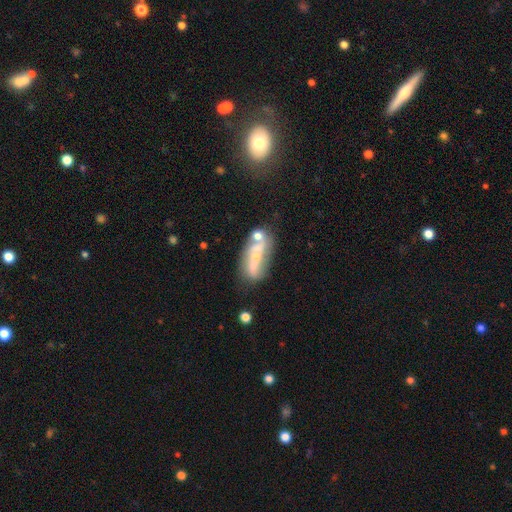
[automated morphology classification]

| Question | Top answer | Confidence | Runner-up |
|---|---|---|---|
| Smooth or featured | featured or disk | 57% | smooth (34%) |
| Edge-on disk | no | 81% | yes (19%) |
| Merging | none | 40% | merger (25%) |